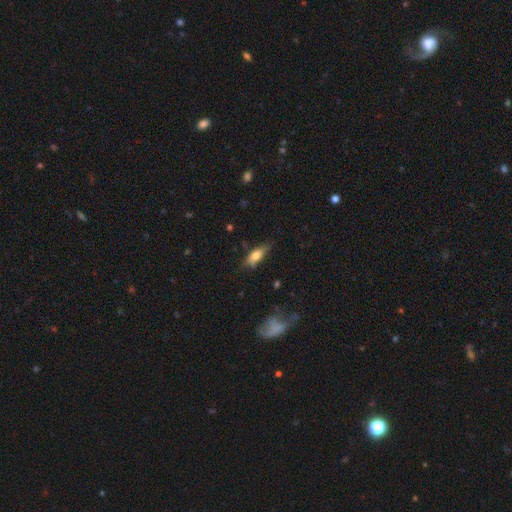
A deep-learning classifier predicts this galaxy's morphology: The model was most divided on "how rounded": in between: 64%, cigar-shaped: 33%, round: 3%. More confident: smooth or featured — smooth (69%); merging — none (66%).